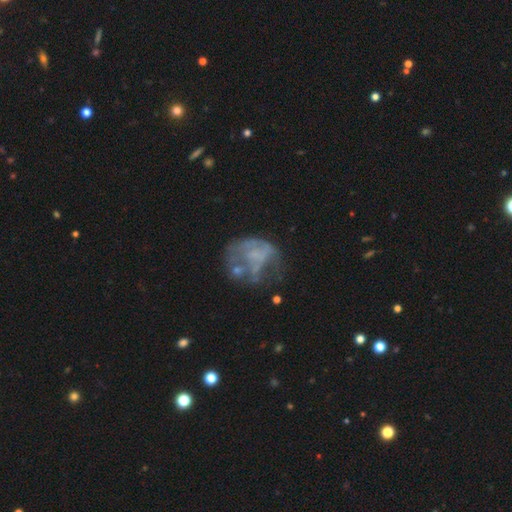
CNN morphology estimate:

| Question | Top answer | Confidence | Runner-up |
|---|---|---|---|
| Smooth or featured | featured or disk | 57% | smooth (29%) |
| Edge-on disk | no | 98% | yes (2%) |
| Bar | no | 87% | weak (10%) |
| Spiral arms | no | 84% | yes (16%) |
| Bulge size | none | 73% | small (13%) |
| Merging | major disturbance | 35% | none (34%) |